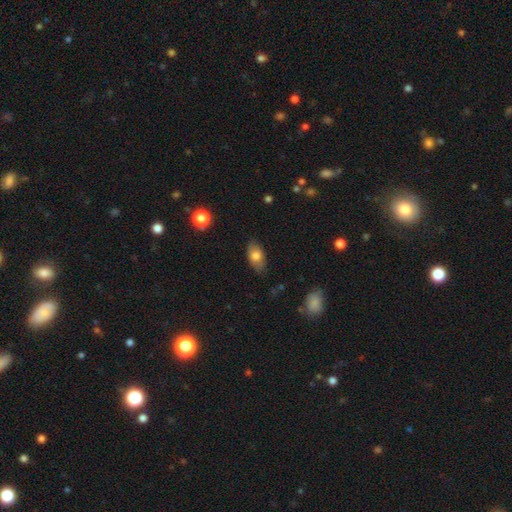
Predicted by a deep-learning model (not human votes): The model was most divided on "smooth or featured": smooth: 77%, featured or disk: 16%, star or artifact: 7%. More confident: how rounded — in between (90%); merging — none (81%).